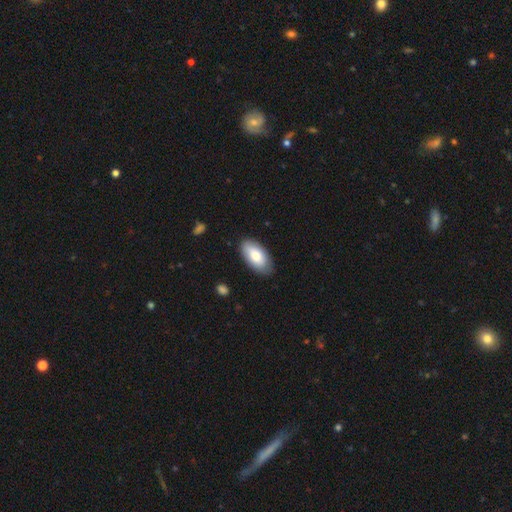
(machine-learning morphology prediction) Smooth or featured?
  - smooth: 82% *
  - featured or disk: 13%
  - star or artifact: 6%
How rounded?
  - in between: 94% *
  - cigar-shaped: 4%
  - round: 2%
Merging?
  - none: 83% *
  - minor disturbance: 13%
  - major disturbance: 3%
  - merger: 1%